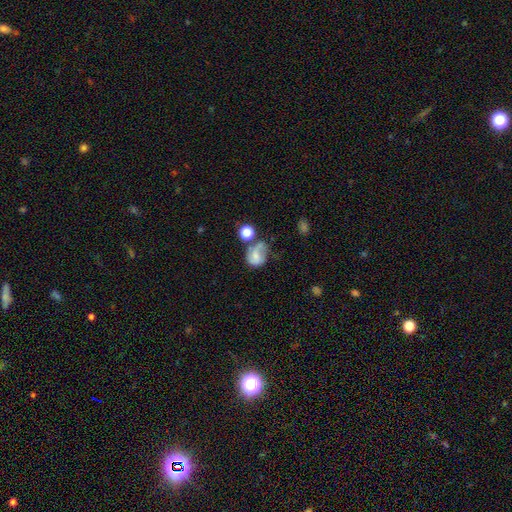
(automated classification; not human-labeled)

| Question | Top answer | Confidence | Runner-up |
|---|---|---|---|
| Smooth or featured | smooth | 48% | featured or disk (41%) |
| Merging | none | 33% | minor disturbance (26%) |